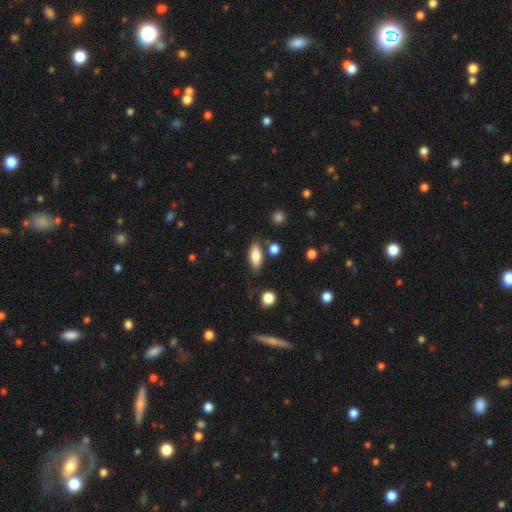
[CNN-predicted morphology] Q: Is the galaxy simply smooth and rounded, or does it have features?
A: smooth — 80%.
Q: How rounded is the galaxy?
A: in between — 80%.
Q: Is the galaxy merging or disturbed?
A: none — 76%.